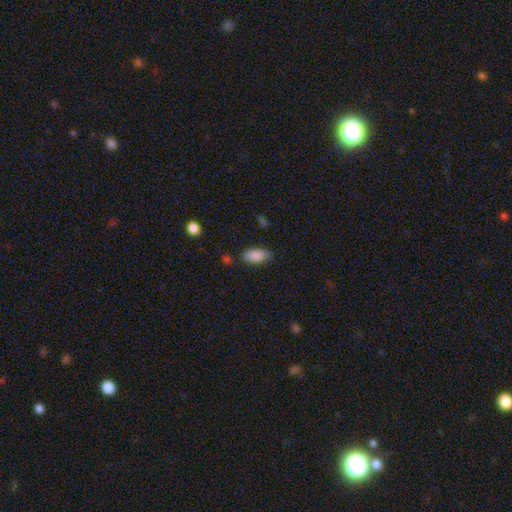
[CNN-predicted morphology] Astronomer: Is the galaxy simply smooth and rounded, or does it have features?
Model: smooth — 87%.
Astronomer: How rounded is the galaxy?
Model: in between — 91%.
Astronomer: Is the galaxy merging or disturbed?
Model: none — 78%.